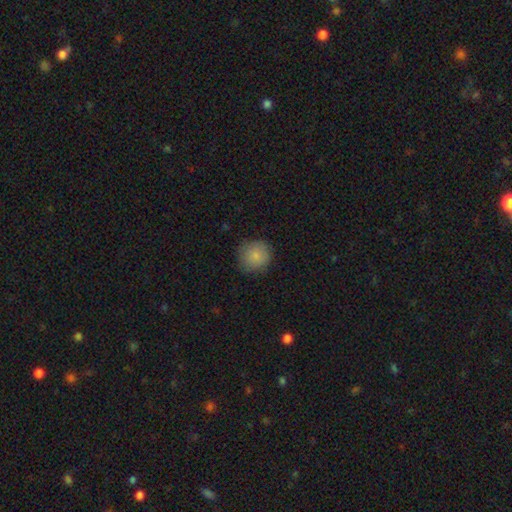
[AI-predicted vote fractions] A smooth galaxy with no disk features (85%) that is round (90%). Merging: none (80%).